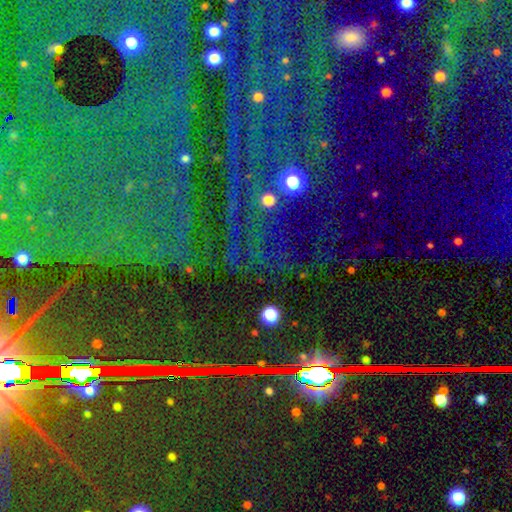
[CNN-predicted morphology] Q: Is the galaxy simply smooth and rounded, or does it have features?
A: star or artifact — 78%.